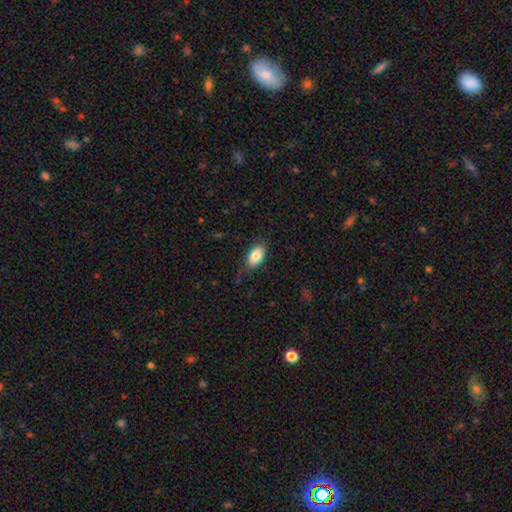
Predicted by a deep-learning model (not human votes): Smooth or featured?
  - smooth: 83% *
  - featured or disk: 10%
  - star or artifact: 7%
How rounded?
  - in between: 92% *
  - round: 4%
  - cigar-shaped: 4%
Merging?
  - none: 76% *
  - minor disturbance: 18%
  - major disturbance: 5%
  - merger: 1%